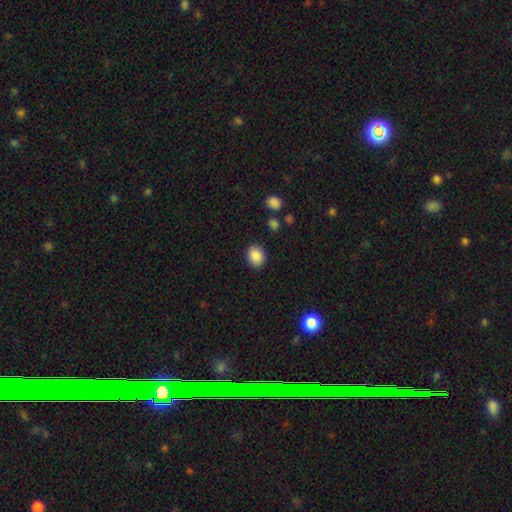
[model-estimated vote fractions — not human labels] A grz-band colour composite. It shows a smooth galaxy with no disk features (88%) that is in between round and cigar-shaped (51%). Merging: none (86%).